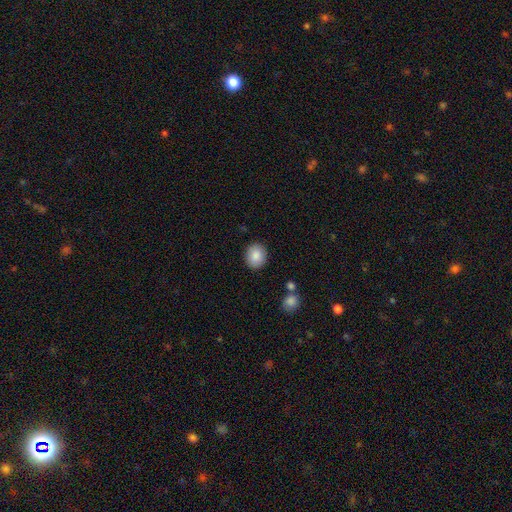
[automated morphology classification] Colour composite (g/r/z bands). It shows a smooth galaxy with no disk features (87%) that is round (65%). Merging: none (88%).